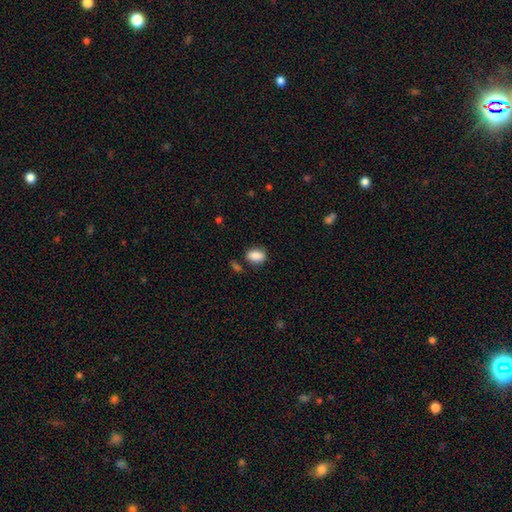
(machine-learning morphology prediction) type=smooth (88%); roundness=in between (84%); merging=none (77%).